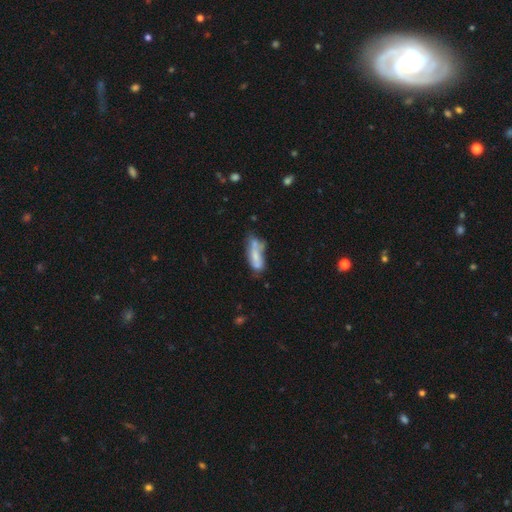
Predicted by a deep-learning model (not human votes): Smooth or featured?
  - smooth: 56% *
  - featured or disk: 35%
  - star or artifact: 9%
How rounded?
  - in between: 59% *
  - cigar-shaped: 38%
  - round: 2%
Merging?
  - none: 33% *
  - merger: 27%
  - minor disturbance: 24%
  - major disturbance: 16%